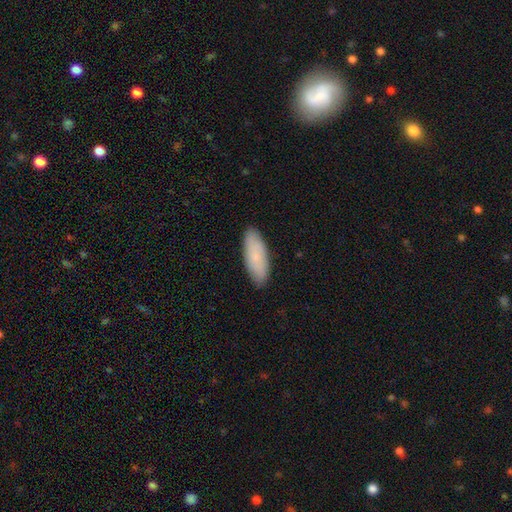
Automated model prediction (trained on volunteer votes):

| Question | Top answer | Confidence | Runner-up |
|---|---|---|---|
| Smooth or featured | smooth | 79% | featured or disk (15%) |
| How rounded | in between | 70% | cigar-shaped (28%) |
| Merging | none | 88% | minor disturbance (9%) |